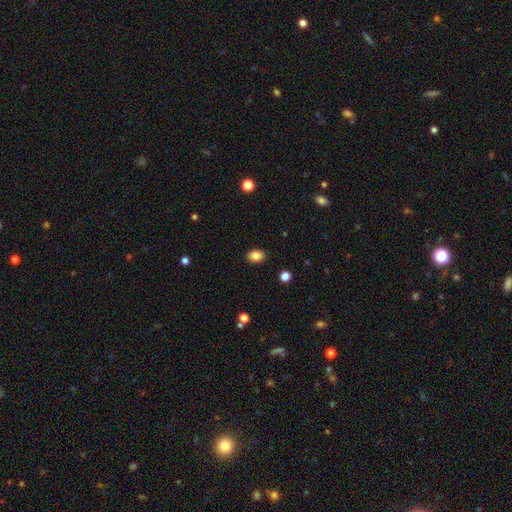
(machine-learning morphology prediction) smooth 85%, star or artifact 9%, featured or disk 6%. Down the decision tree: how rounded — in between (77%); merging — none (89%).